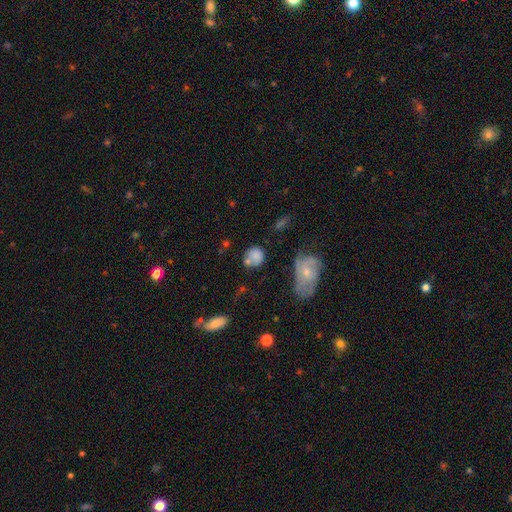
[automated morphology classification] Smooth or featured? Predicted: smooth (p=0.76). How rounded? Predicted: round (p=0.74). Merging? Predicted: none (p=0.52).